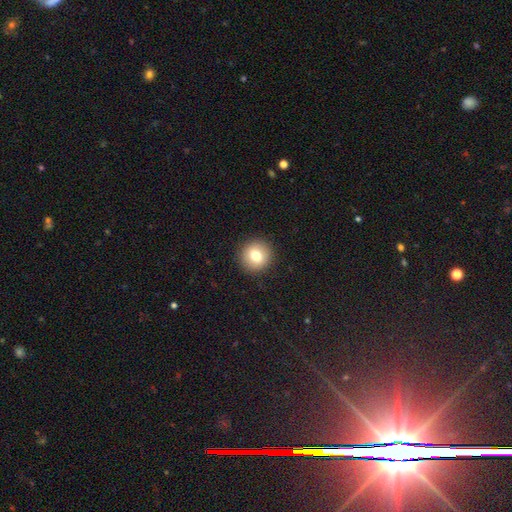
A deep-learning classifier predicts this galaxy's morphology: The model was most divided on "smooth or featured": smooth: 76%, featured or disk: 14%, star or artifact: 10%. More confident: how rounded — round (93%); merging — none (92%).